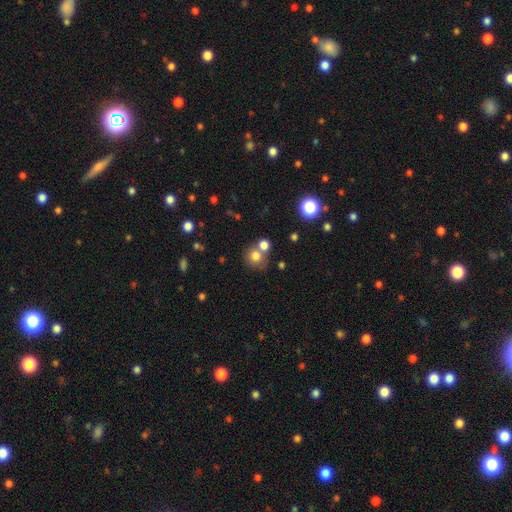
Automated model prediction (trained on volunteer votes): smooth_or_featured: smooth (p=0.77) [alt: star or artifact p=0.13]
how_rounded: round (p=0.84) [alt: in between p=0.15]
merging: none (p=0.55) [alt: merger p=0.30]